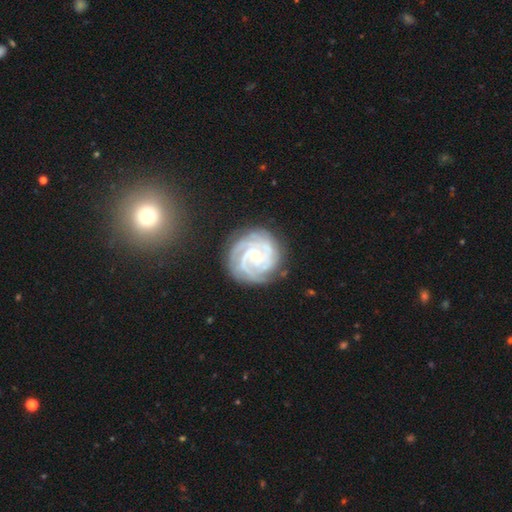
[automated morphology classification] A featured or disk galaxy (89%) with no bar (71%), 3 (36%) tight (81%) spiral arms (98%) and a small central bulge (79%). Merging: none (78%).